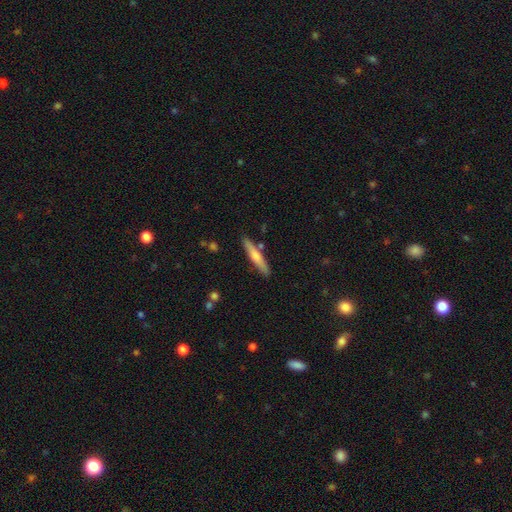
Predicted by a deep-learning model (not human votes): A smooth galaxy with no disk features (55%) that is cigar-shaped (91%). Merging: none (84%).